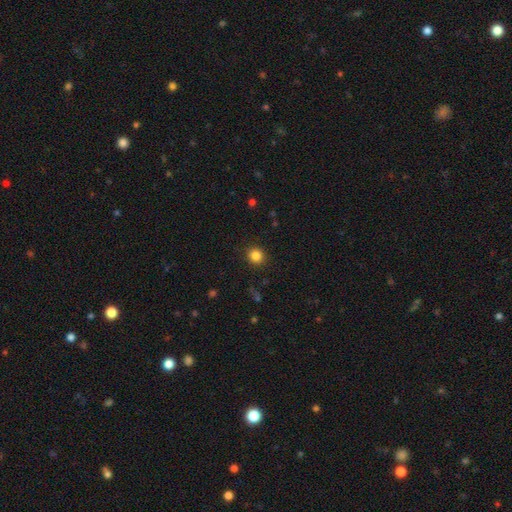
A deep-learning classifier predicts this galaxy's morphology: Overall: smooth (85%). How rounded: round (88%). Merging: none (91%).